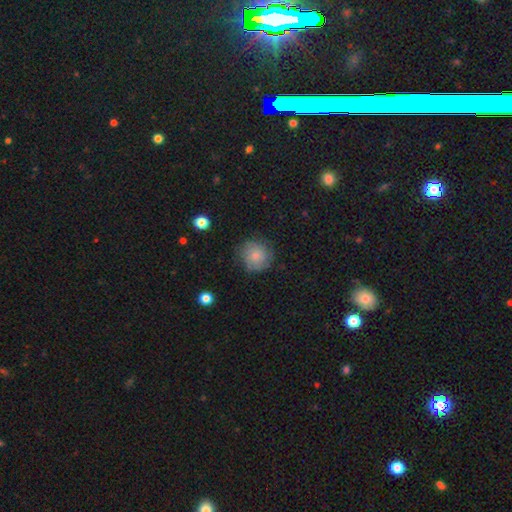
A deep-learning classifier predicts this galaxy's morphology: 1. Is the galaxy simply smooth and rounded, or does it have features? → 69% smooth, 22% featured or disk, 9% star or artifact.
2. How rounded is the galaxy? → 89% round, 10% in between, 1% cigar-shaped.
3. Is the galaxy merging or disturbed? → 72% none, 20% minor disturbance, 7% major disturbance, 1% merger.